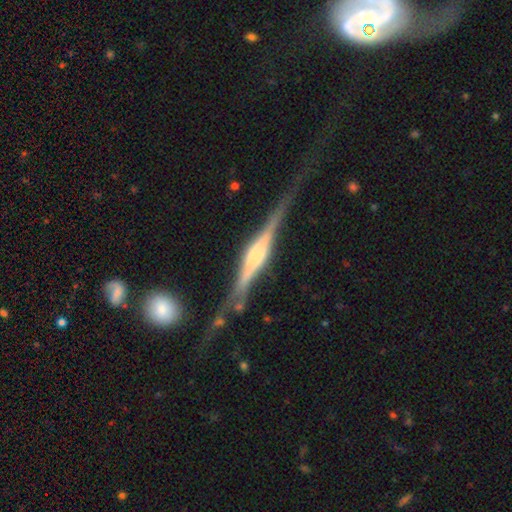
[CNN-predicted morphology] smooth-or-featured: featured or disk: 84% | smooth: 11% | star or artifact: 5%
  disk-edge-on: yes: 97% | no: 3%
    edge-on-bulge: rounded: 61% | boxy: 33% | none: 5%
  merging: none: 77% | minor disturbance: 15% | major disturbance: 5% | merger: 3%